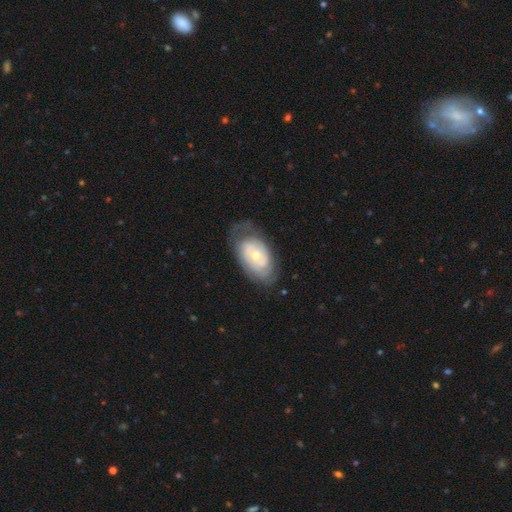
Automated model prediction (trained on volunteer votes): Smooth or featured?
  - featured or disk: 68% *
  - smooth: 27%
  - star or artifact: 6%
Edge-on disk?
  - no: 94% *
  - yes: 6%
Bar?
  - no: 79% *
  - weak: 17%
  - strong: 3%
Spiral arms?
  - yes: 73% *
  - no: 27%
Bulge size?
  - moderate: 48% *
  - small: 47%
  - large: 3%
  - none: 1%
  - dominant: 1%
Merging?
  - none: 60% *
  - minor disturbance: 25%
  - major disturbance: 13%
  - merger: 2%